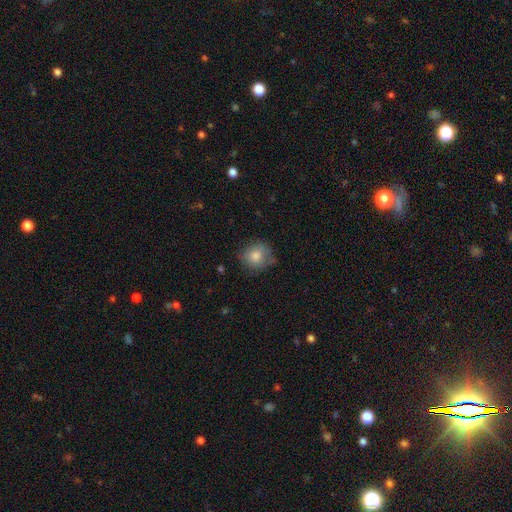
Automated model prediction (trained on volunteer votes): Morphology: type=smooth (77%); roundness=round (82%); merging=none (71%).